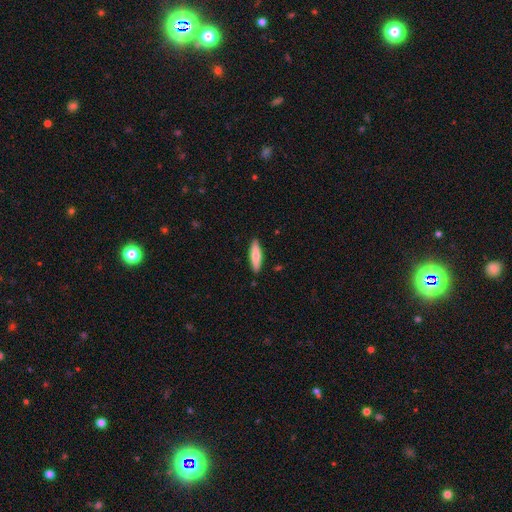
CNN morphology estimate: smooth 77%, featured or disk 18%, star or artifact 5%. Down the decision tree: how rounded — cigar-shaped (69%); merging — none (89%).